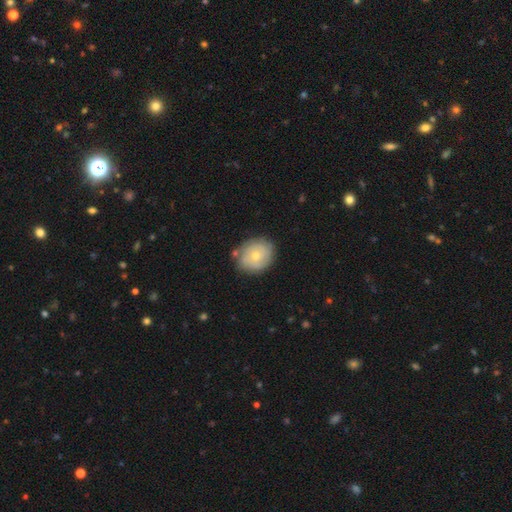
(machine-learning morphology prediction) Smooth or featured: featured or disk — 52% (smooth — 41%)
Edge-on disk: no — 97% (yes — 3%)
Bar: no — 84% (weak — 14%)
Spiral arms: yes — 74% (no — 26%)
Bulge size: moderate — 49% (small — 47%)
Merging: none — 75% (minor disturbance — 17%)